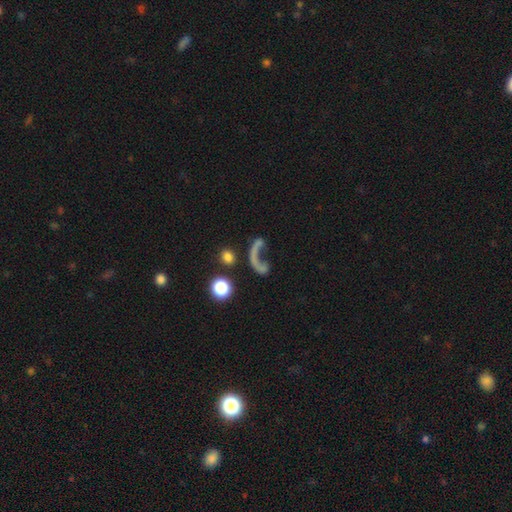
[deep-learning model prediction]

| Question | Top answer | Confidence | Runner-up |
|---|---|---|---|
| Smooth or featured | featured or disk | 49% | smooth (30%) |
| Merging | none | 40% | major disturbance (33%) |